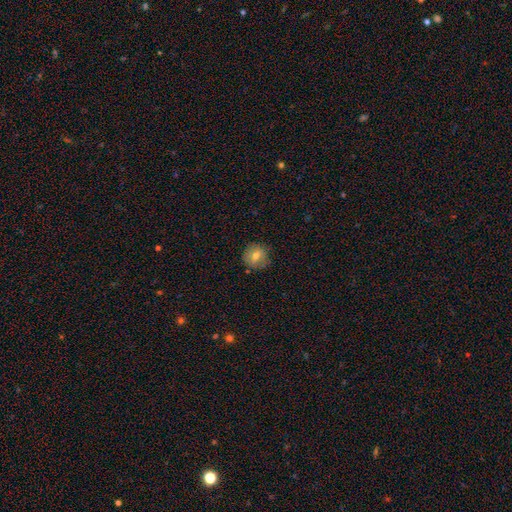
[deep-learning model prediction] This is likely a smooth galaxy (69%). How rounded: clearly round (91%). Merging: clearly none (83%).